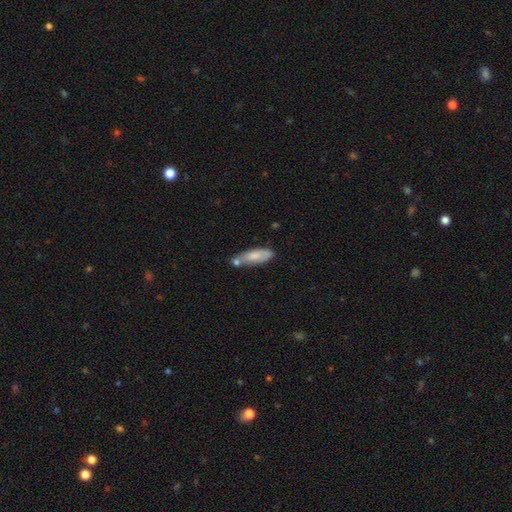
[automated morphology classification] Smooth or featured?
  - smooth: 75% *
  - featured or disk: 18%
  - star or artifact: 6%
How rounded?
  - in between: 50% *
  - cigar-shaped: 49%
  - round: 2%
Merging?
  - none: 47% *
  - merger: 25%
  - minor disturbance: 22%
  - major disturbance: 6%